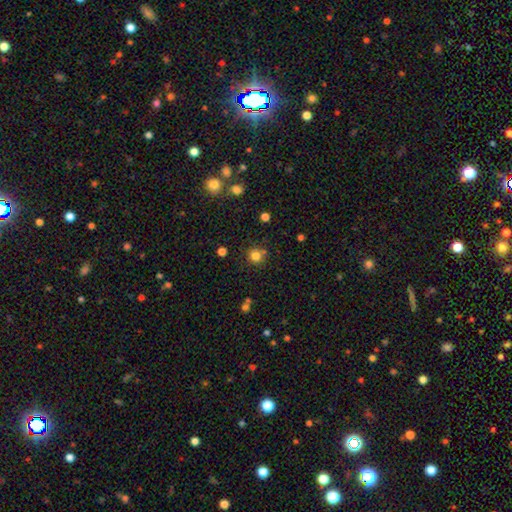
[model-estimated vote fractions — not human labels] This is clearly a smooth galaxy (81%). How rounded: clearly round (93%). Merging: likely none (80%).